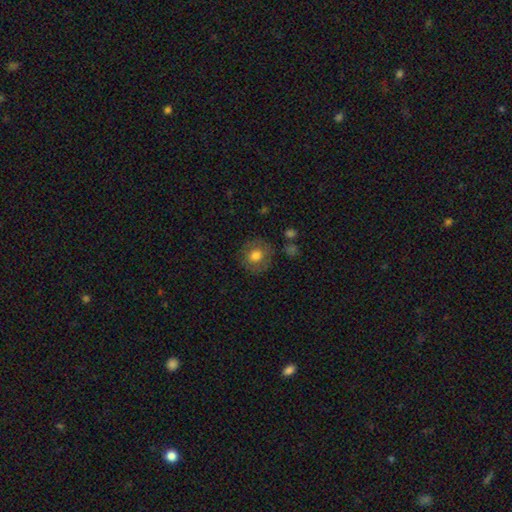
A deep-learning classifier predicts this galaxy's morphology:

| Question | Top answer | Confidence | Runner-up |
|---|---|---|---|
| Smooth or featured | smooth | 73% | featured or disk (17%) |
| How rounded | round | 87% | in between (12%) |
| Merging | none | 83% | minor disturbance (11%) |